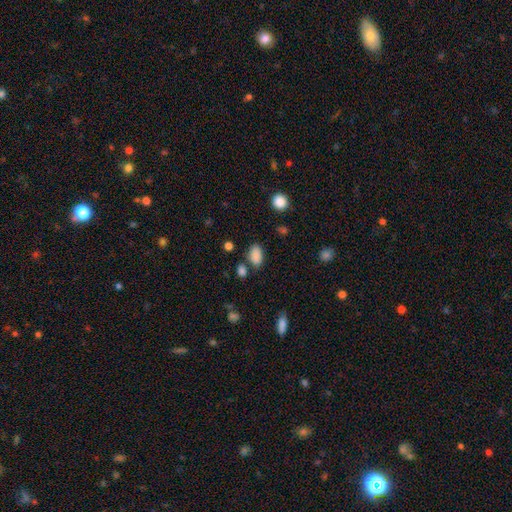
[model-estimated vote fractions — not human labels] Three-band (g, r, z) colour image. It shows a smooth galaxy with no disk features (85%) that is in between round and cigar-shaped (89%). Merging: none (70%).